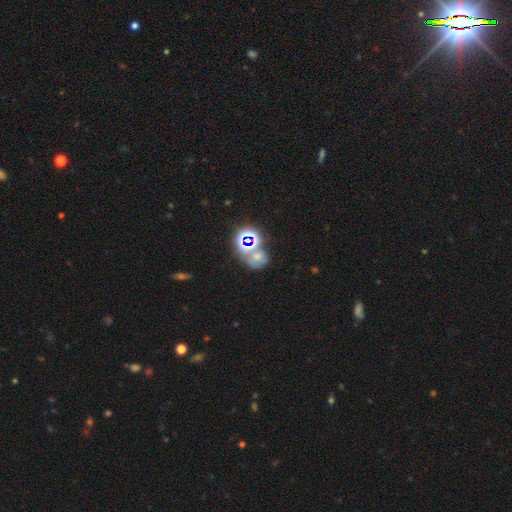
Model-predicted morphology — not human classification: Smooth or featured?
  - star or artifact: 42% *
  - smooth: 39%
  - featured or disk: 19%